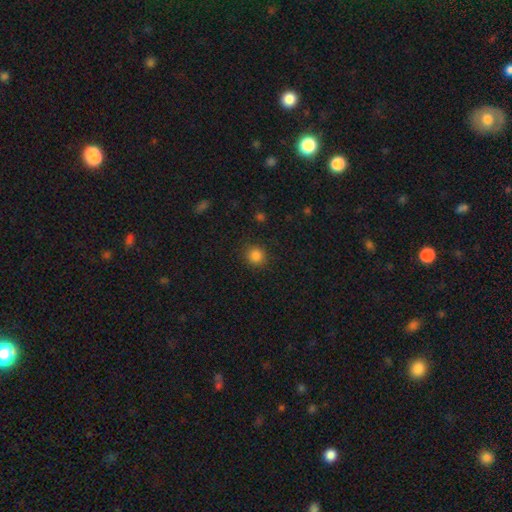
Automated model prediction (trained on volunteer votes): Smooth or featured? Predicted: smooth (p=0.84). How rounded? Predicted: round (p=0.90). Merging? Predicted: none (p=0.90).